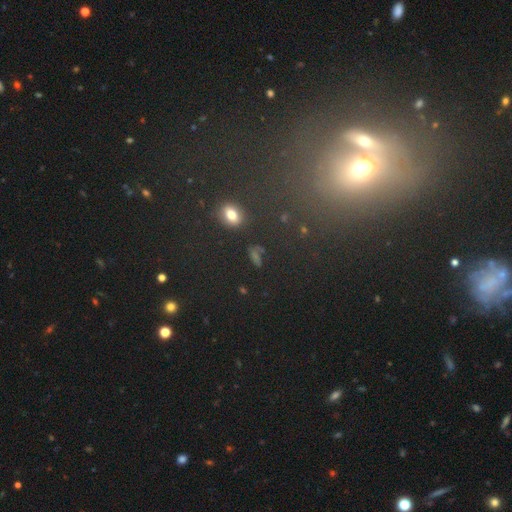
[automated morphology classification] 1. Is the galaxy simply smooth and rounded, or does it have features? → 60% smooth, 29% star or artifact, 11% featured or disk.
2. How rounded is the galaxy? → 73% in between, 19% round, 9% cigar-shaped.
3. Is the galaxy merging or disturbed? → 83% none, 9% minor disturbance, 4% major disturbance, 4% merger.